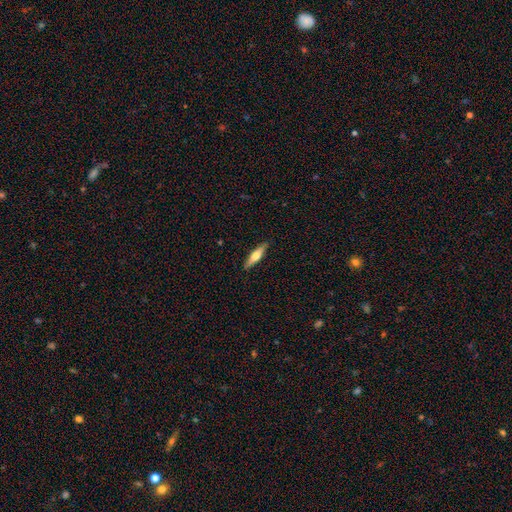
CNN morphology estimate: This appears to be a featured or disk galaxy (49%). Merging: none (89%).